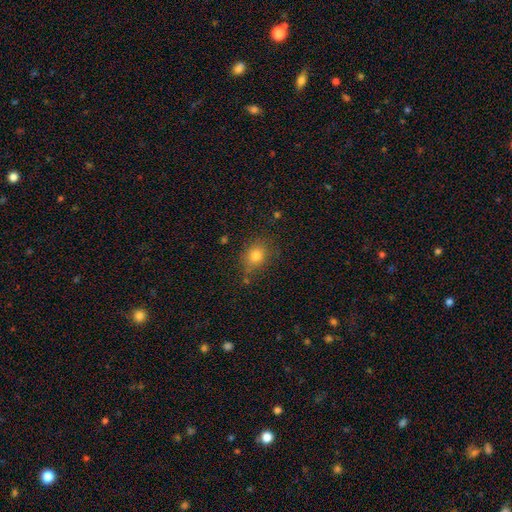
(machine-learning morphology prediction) The model was most divided on "how rounded": round: 53%, in between: 46%, cigar-shaped: 2%. More confident: smooth or featured — smooth (79%); merging — none (71%).